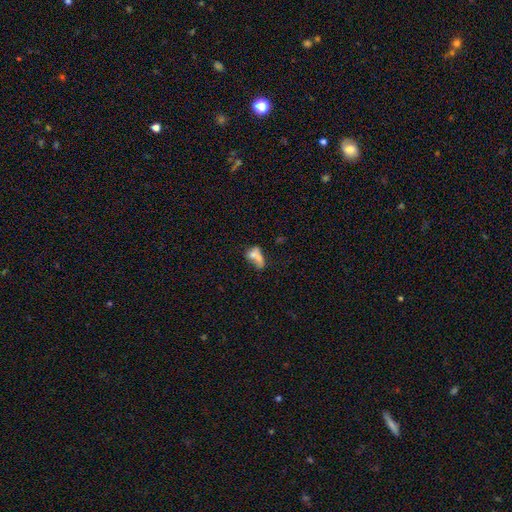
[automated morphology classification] Overall: smooth (60%; featured or disk 28%). How rounded: in between (71%). Merging: merger (49%; none 24%).